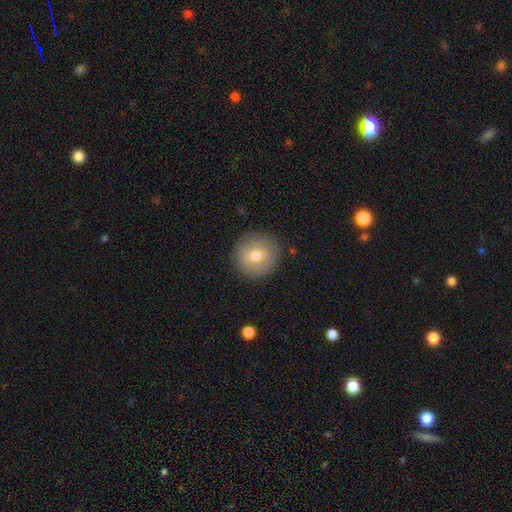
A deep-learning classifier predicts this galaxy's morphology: Q: Smooth or featured?
A: smooth (70%); runner-up: featured or disk (21%)
Q: How rounded?
A: round (94%); runner-up: in between (5%)
Q: Merging?
A: none (89%); runner-up: minor disturbance (8%)